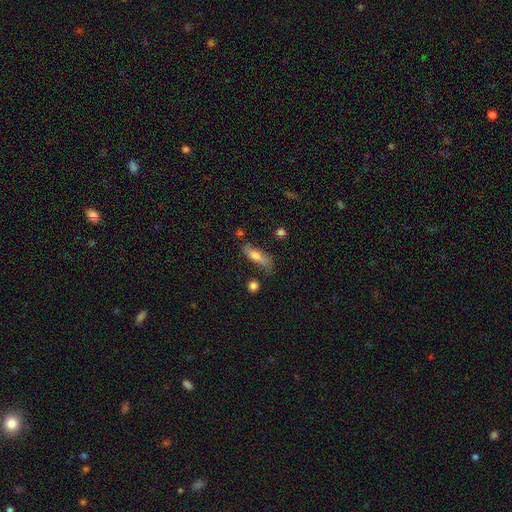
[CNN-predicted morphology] smooth-or-featured: smooth: 66% | featured or disk: 27% | star or artifact: 7%
  how-rounded: cigar-shaped: 49% | in between: 48% | round: 3%
  merging: none: 59% | minor disturbance: 26% | major disturbance: 9% | merger: 6%